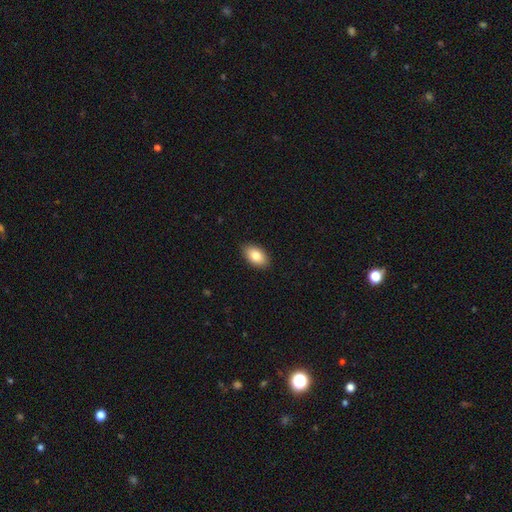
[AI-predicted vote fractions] Overall: smooth (82%). How rounded: in between (93%). Merging: none (89%).